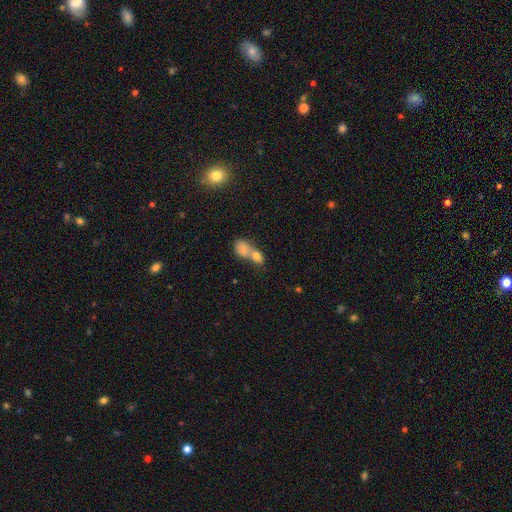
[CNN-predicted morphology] Smooth or featured? smooth (77%)
How rounded? in between (70%)
Merging? merger (76%)